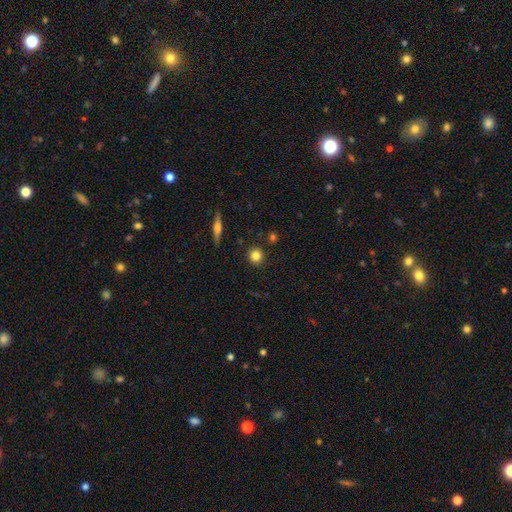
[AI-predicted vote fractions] smooth_or_featured: smooth (p=0.82) [alt: star or artifact p=0.10]
how_rounded: round (p=0.92) [alt: in between p=0.07]
merging: none (p=0.90) [alt: minor disturbance p=0.06]